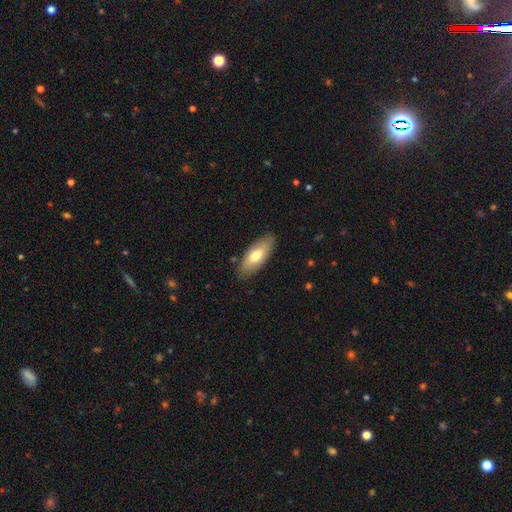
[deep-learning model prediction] smooth_or_featured: smooth (p=0.70) [alt: featured or disk p=0.24]
how_rounded: in between (p=0.76) [alt: cigar-shaped p=0.22]
merging: none (p=0.86) [alt: minor disturbance p=0.11]